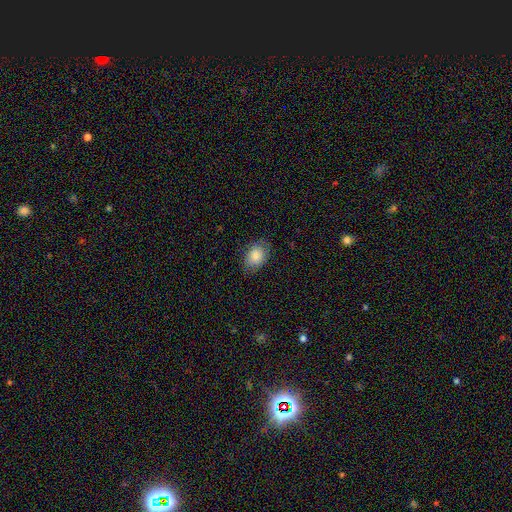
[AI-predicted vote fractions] This is clearly a smooth galaxy (81%). How rounded: clearly in between (82%). Merging: likely none (75%).